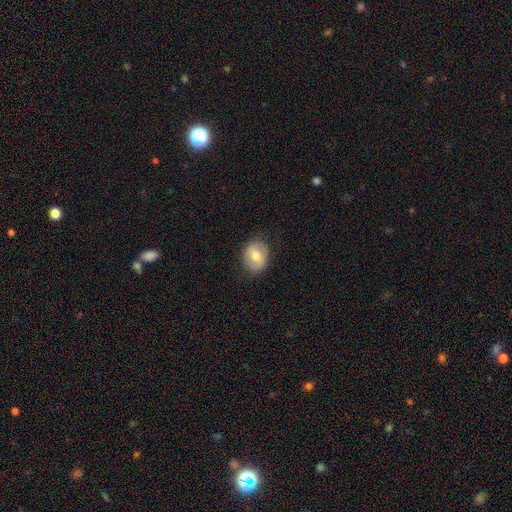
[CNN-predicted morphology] A smooth galaxy with no disk features (68%) that is round (59%).

Vote fractions:
- Smooth or featured? smooth: 68% / featured or disk: 25% / star or artifact: 7%
- How rounded? round: 59% / in between: 40% / cigar-shaped: 1%
- Merging? none: 82% / minor disturbance: 13% / major disturbance: 4% / merger: 1%